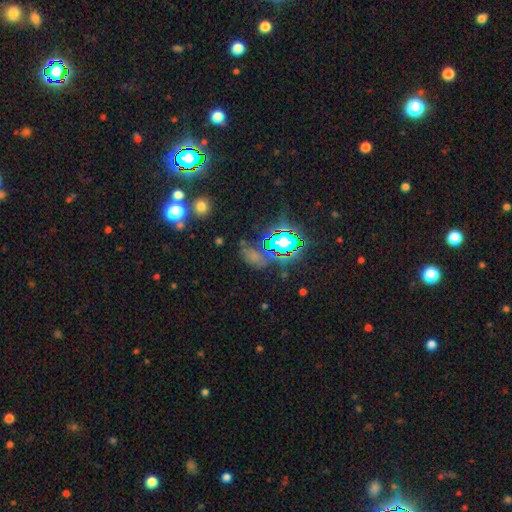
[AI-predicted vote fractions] smooth-or-featured: star or artifact: 52% | smooth: 35% | featured or disk: 12%